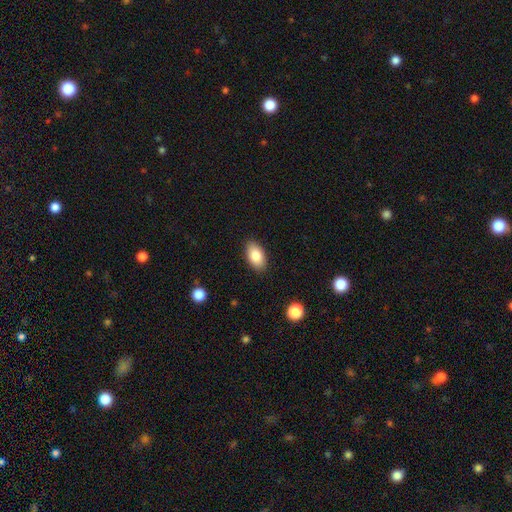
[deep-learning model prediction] Morphology: type=smooth (84%); roundness=in between (93%); merging=none (88%).